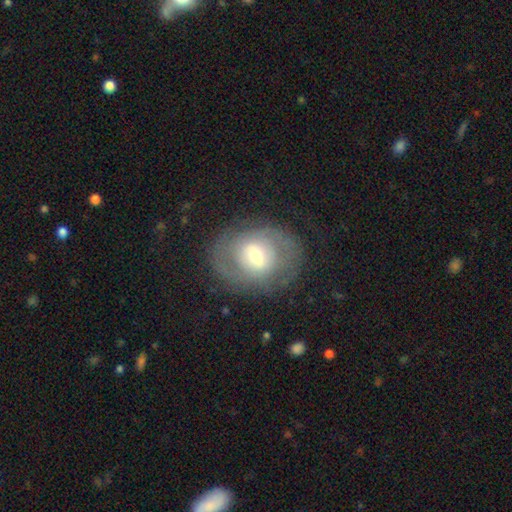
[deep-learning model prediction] A featured or disk galaxy (60%) with a weak bar (44%), spiral arms (62%) and a moderate central bulge (56%). Merging: none (74%).